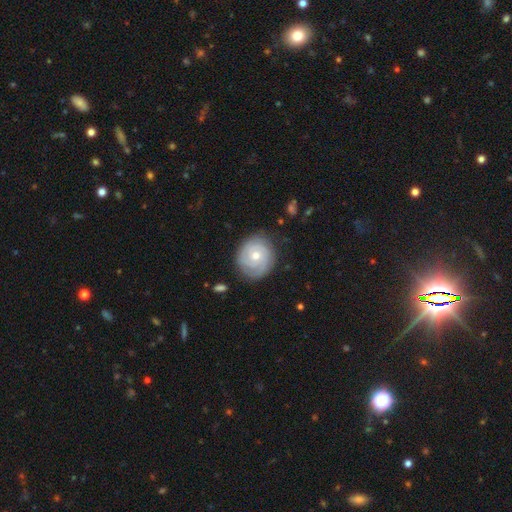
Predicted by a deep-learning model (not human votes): Smooth or featured?
  - featured or disk: 76% *
  - smooth: 19%
  - star or artifact: 5%
Edge-on disk?
  - no: 98% *
  - yes: 2%
Bar?
  - no: 75% *
  - weak: 22%
  - strong: 3%
Spiral arms?
  - yes: 93% *
  - no: 7%
Spiral winding?
  - tight: 78% *
  - medium: 18%
  - loose: 4%
Spiral arm count?
  - 2: 31% *
  - can't tell: 28%
  - 3: 24%
  - 4: 7%
  - 1: 5%
  - more than 4: 4%
Bulge size?
  - moderate: 51% *
  - small: 45%
  - large: 2%
  - none: 1%
  - dominant: 1%
Merging?
  - none: 81% *
  - minor disturbance: 14%
  - major disturbance: 4%
  - merger: 1%